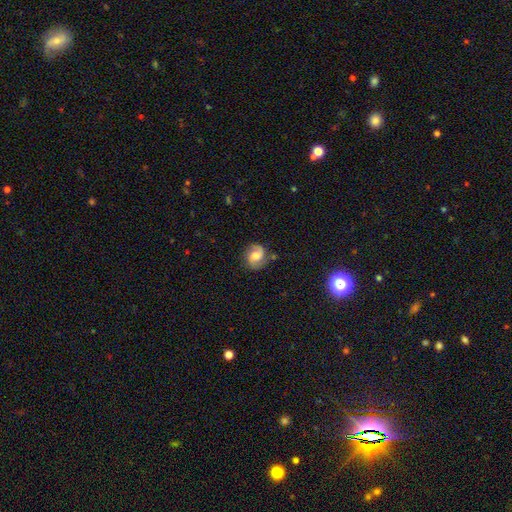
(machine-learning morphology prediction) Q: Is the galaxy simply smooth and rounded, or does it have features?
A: featured or disk — 68%.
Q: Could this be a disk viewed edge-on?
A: no — 98%.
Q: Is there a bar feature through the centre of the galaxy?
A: no — 49%.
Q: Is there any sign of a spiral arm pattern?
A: yes — 93%.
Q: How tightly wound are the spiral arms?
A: medium — 49%.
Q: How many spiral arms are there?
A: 2 — 83%.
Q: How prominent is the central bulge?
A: moderate — 57%.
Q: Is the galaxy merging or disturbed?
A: none — 74%.